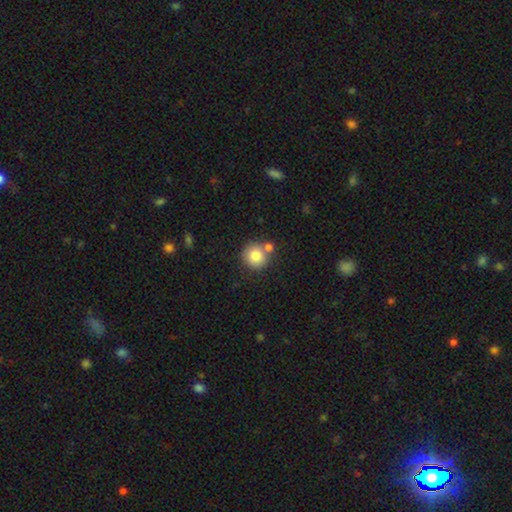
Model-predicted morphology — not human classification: Smooth or featured?
  - smooth: 81% *
  - star or artifact: 9%
  - featured or disk: 9%
How rounded?
  - round: 92% *
  - in between: 7%
  - cigar-shaped: 1%
Merging?
  - none: 64% *
  - merger: 23%
  - minor disturbance: 10%
  - major disturbance: 3%